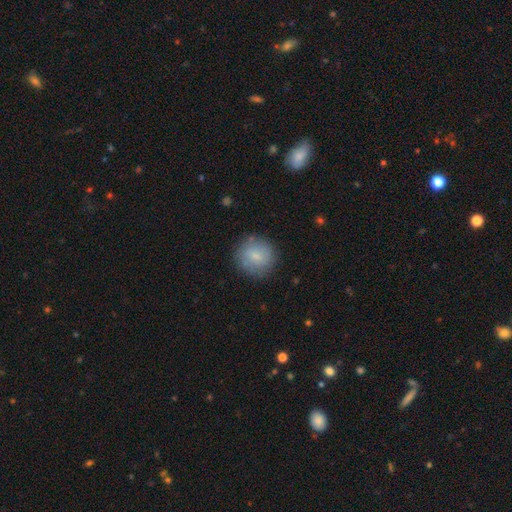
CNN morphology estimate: Smooth or featured: smooth — 75% (featured or disk — 18%)
How rounded: round — 90% (in between — 9%)
Merging: none — 82% (minor disturbance — 12%)